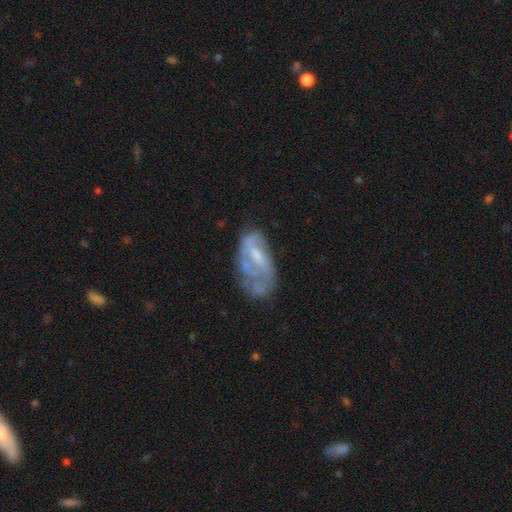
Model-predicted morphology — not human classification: Overall: featured or disk (63%; smooth 28%). Edge-on disk: no (94%). Bar: no (50%; weak 39%). Spiral arms: yes (53%; no 47%). Bulge size: moderate (36%, tied with small). Merging: none (43%; minor disturbance 27%).